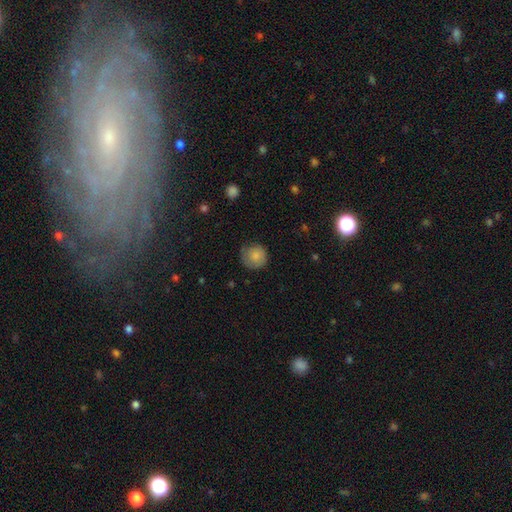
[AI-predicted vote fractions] Q: Smooth or featured?
A: smooth (81%); runner-up: featured or disk (12%)
Q: How rounded?
A: round (92%); runner-up: in between (7%)
Q: Merging?
A: none (70%); runner-up: minor disturbance (23%)